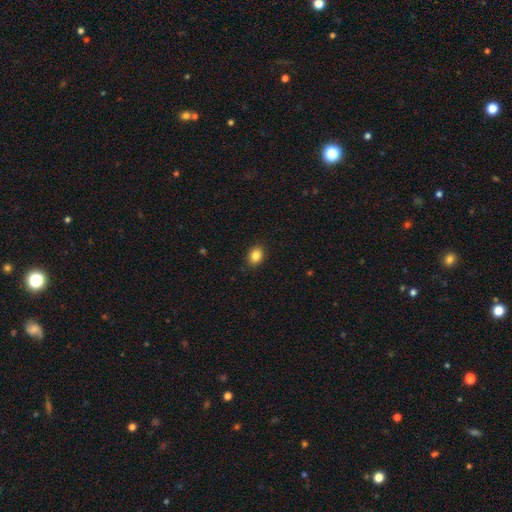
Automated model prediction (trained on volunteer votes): Q: Smooth or featured?
A: smooth (85%); runner-up: star or artifact (10%)
Q: How rounded?
A: in between (58%); runner-up: round (41%)
Q: Merging?
A: none (89%); runner-up: minor disturbance (8%)